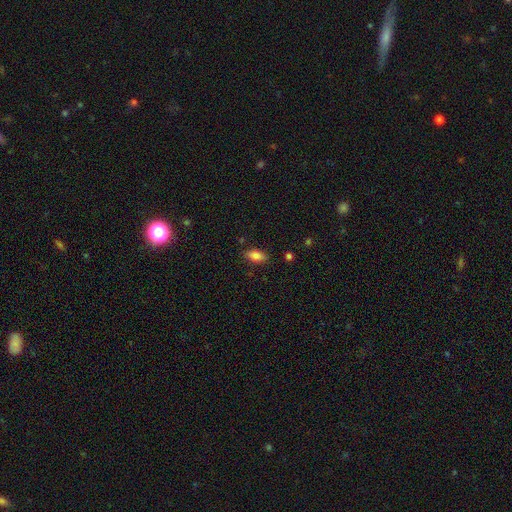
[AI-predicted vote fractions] This appears to be a smooth galaxy with no disk features (85%) that is in between round and cigar-shaped (88%). Merging: none (85%).